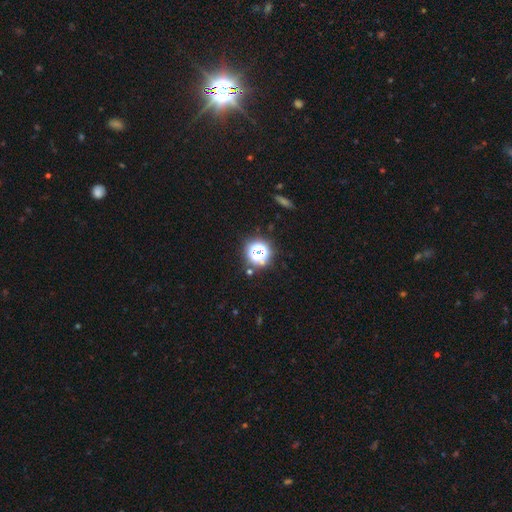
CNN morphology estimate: Smooth or featured? Predicted: star or artifact (p=0.52).